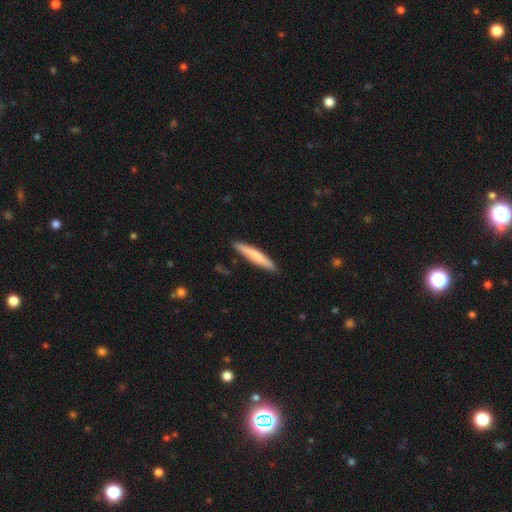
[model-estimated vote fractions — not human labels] Overall: smooth (67%; featured or disk 28%). How rounded: cigar-shaped (93%). Merging: none (89%).